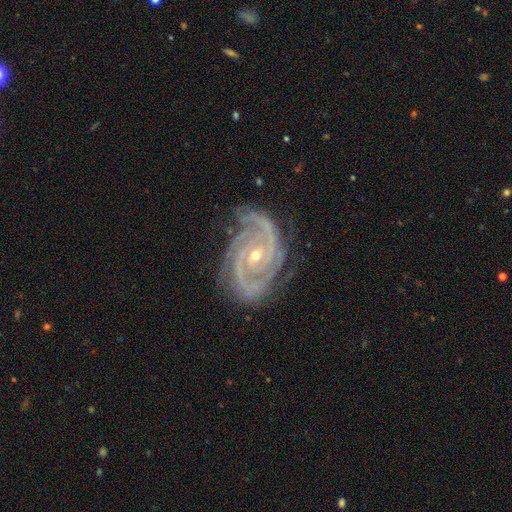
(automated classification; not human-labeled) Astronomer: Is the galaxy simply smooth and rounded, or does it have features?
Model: featured or disk — 93%.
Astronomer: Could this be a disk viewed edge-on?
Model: no — 97%.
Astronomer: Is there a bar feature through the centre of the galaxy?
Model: no — 64%.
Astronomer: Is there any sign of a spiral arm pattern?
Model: yes — 99%.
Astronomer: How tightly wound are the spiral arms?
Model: tight — 70%.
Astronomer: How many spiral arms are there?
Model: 3 — 41% (runner-up: 4, 19%).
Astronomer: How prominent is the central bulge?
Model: small — 65%.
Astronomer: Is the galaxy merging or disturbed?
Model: none — 74%.